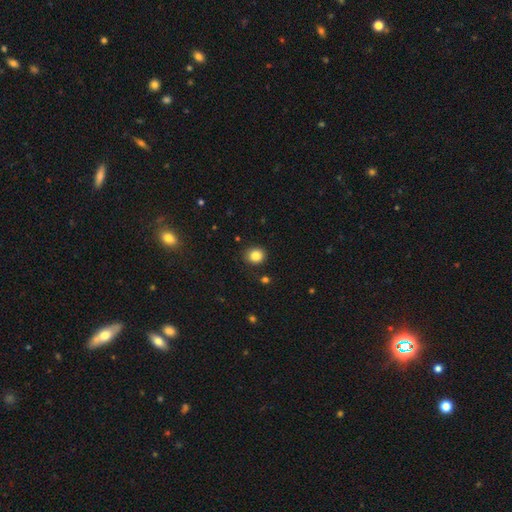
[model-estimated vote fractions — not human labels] Q: Smooth or featured?
A: smooth (85%); runner-up: star or artifact (10%)
Q: How rounded?
A: round (79%); runner-up: in between (20%)
Q: Merging?
A: none (88%); runner-up: minor disturbance (8%)